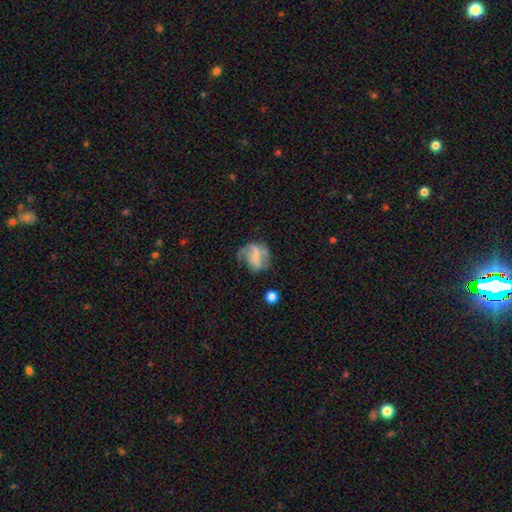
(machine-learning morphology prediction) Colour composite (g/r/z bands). It shows a featured or disk galaxy (55%) with a weak bar (40%), spiral arms (74%) and a small central bulge (44%). Merging: none (46%).